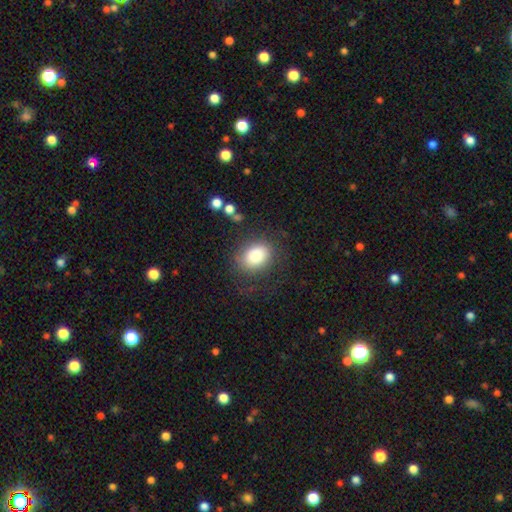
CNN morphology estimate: type=smooth (84%); roundness=in between (69%); merging=none (74%).